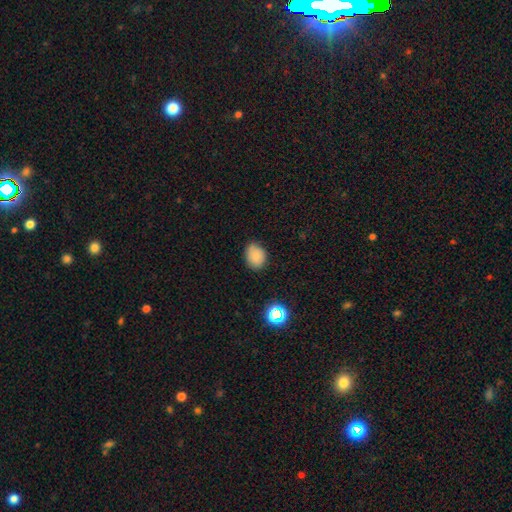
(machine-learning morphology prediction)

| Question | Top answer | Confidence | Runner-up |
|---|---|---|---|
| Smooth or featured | smooth | 84% | star or artifact (11%) |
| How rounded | in between | 56% | round (43%) |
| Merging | none | 79% | minor disturbance (16%) |